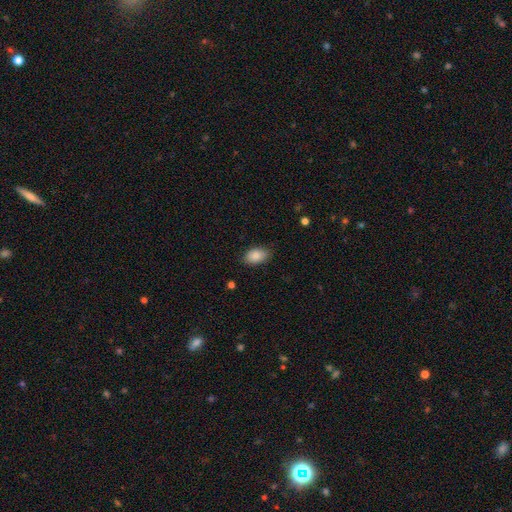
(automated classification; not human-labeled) This is clearly a smooth galaxy (87%). How rounded: clearly in between (91%). Merging: clearly none (84%).